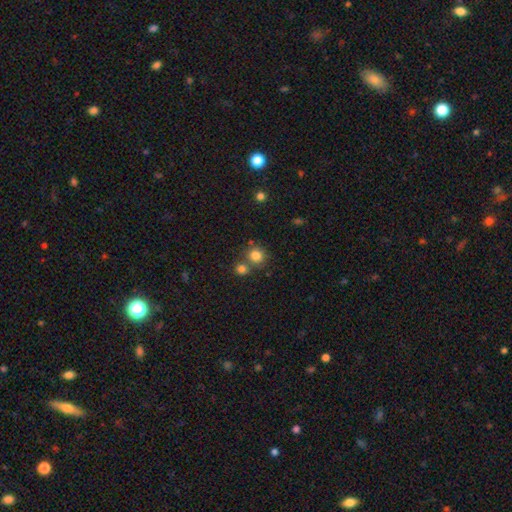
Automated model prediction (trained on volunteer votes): The model was most divided on "merging": none: 62%, merger: 27%, minor disturbance: 8%, major disturbance: 3%. More confident: how rounded — round (88%); smooth or featured — smooth (81%).